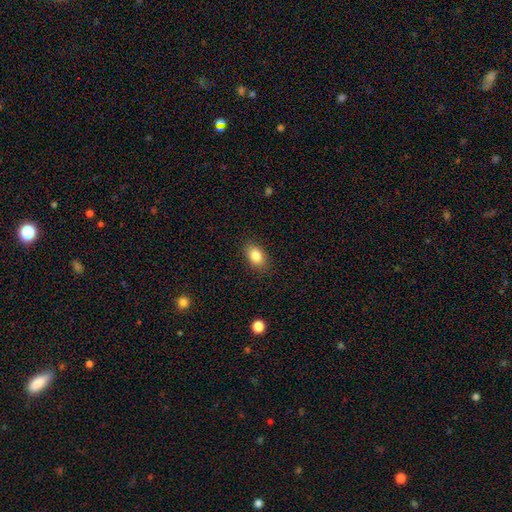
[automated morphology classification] smooth-or-featured: smooth: 85% | star or artifact: 8% | featured or disk: 7%
  how-rounded: in between: 86% | round: 12% | cigar-shaped: 2%
  merging: none: 87% | minor disturbance: 10% | major disturbance: 3% | merger: 1%